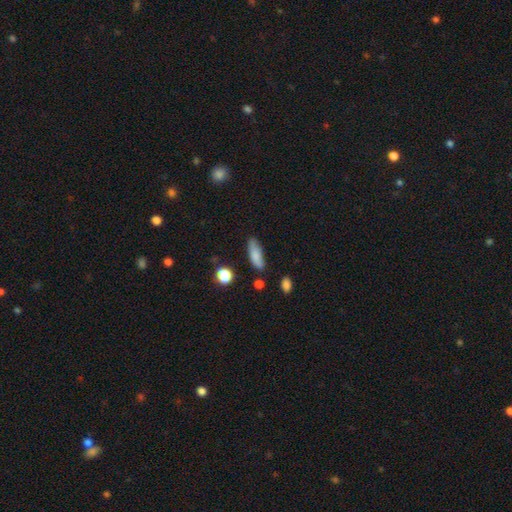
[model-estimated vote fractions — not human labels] Morphology: type=smooth (82%); roundness=in between (62%); merging=none (72%).